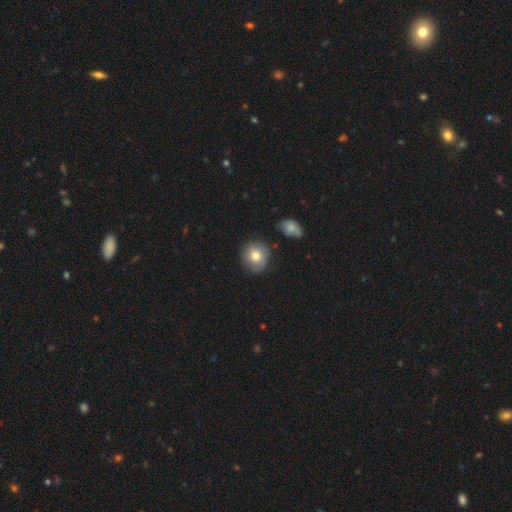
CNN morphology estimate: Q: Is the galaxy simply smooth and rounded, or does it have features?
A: smooth — 71%.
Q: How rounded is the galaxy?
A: round — 83%.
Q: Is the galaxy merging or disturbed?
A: none — 74%.